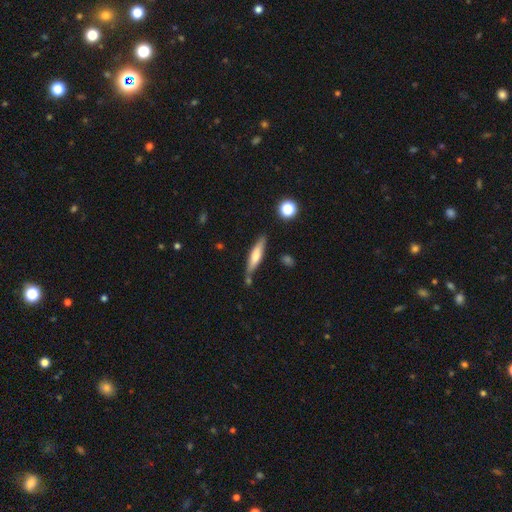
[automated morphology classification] This appears to be a smooth galaxy with no disk features (54%) that is cigar-shaped (80%). Merging: none (74%).